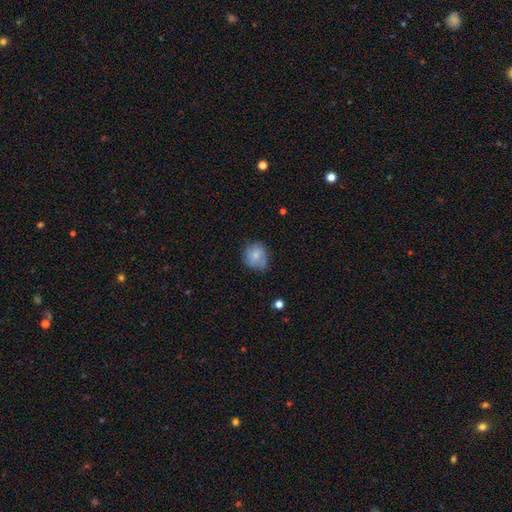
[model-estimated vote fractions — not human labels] smooth 69%, featured or disk 24%, star or artifact 8%. Down the decision tree: how rounded — round (72%); merging — none (67%).